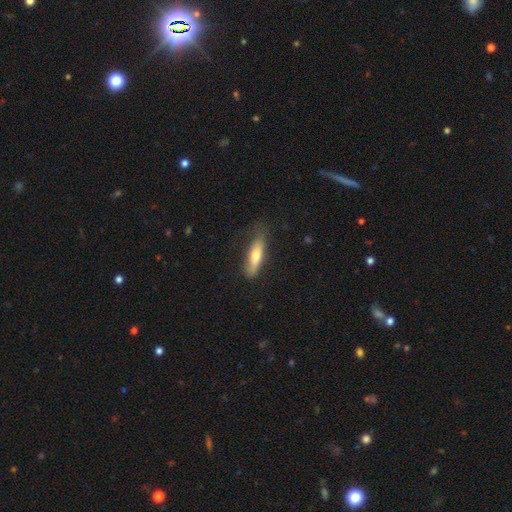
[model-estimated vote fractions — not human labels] smooth 67%, featured or disk 27%, star or artifact 6%. Down the decision tree: how rounded — cigar-shaped (67%); merging — none (65%).